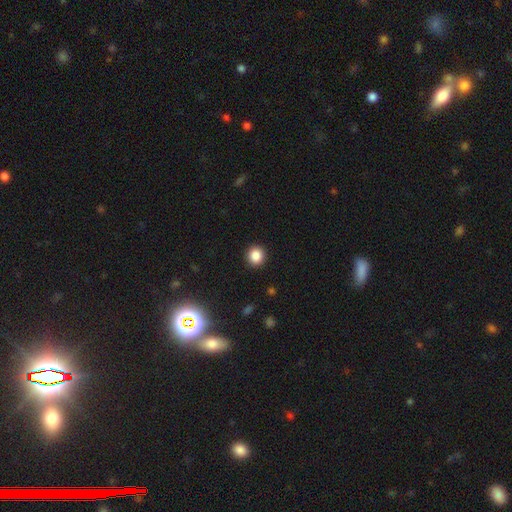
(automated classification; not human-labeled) smooth_or_featured: smooth (p=0.85) [alt: star or artifact p=0.11]
how_rounded: round (p=0.91) [alt: in between p=0.08]
merging: none (p=0.92) [alt: minor disturbance p=0.05]